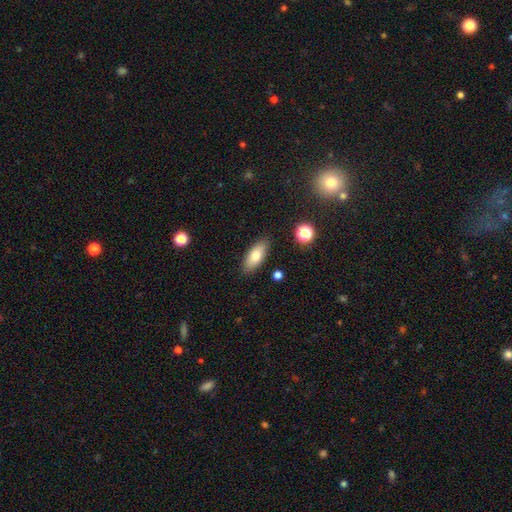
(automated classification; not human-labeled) A smooth galaxy with no disk features (76%) that is in between round and cigar-shaped (82%).

Vote fractions:
- Smooth or featured? smooth: 76% / featured or disk: 16% / star or artifact: 8%
- How rounded? in between: 82% / cigar-shaped: 15% / round: 3%
- Merging? none: 87% / minor disturbance: 10% / major disturbance: 2% / merger: 2%